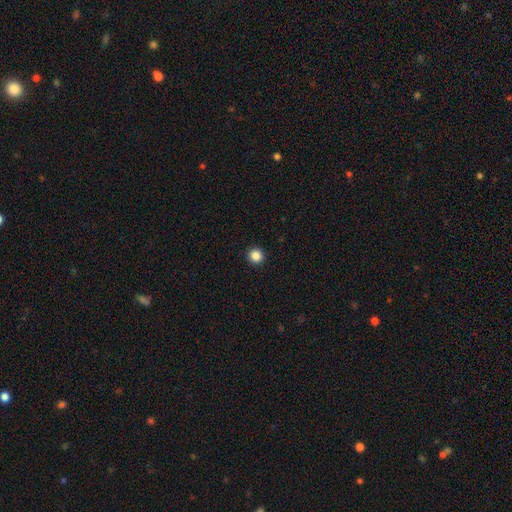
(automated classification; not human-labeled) Smooth or featured? smooth (86%)
How rounded? round (95%)
Merging? none (93%)